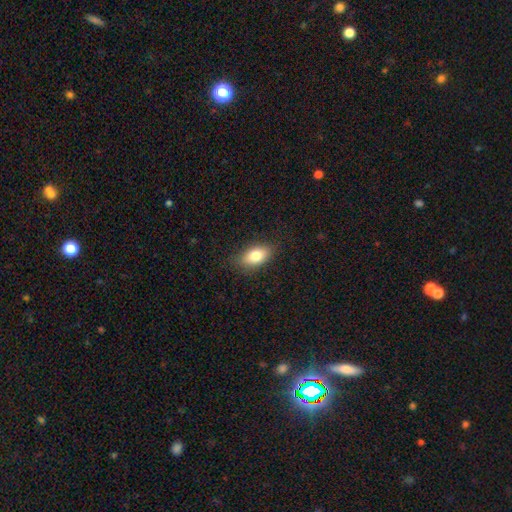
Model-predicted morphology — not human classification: type=smooth (81%); roundness=in between (89%); merging=none (85%).